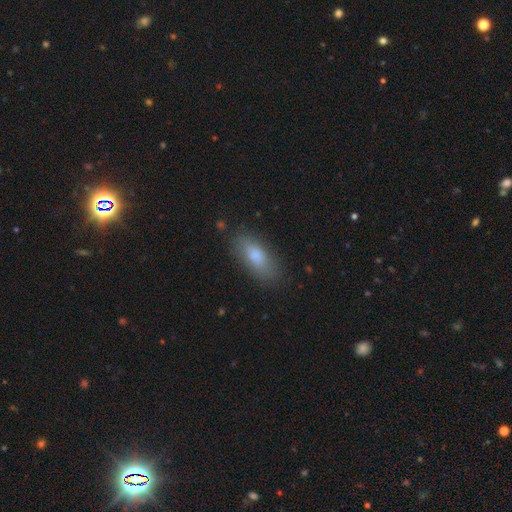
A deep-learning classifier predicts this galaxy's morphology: This appears to be a smooth galaxy with no disk features (80%) that is in between round and cigar-shaped (82%). Merging: none (80%).